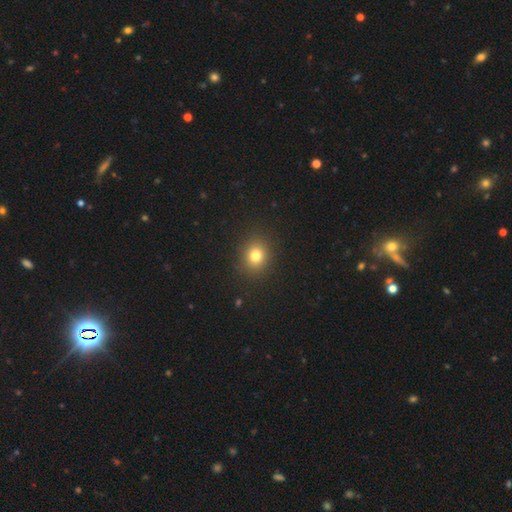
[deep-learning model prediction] smooth 78%, star or artifact 14%, featured or disk 7%. Down the decision tree: how rounded — round (74%); merging — none (90%).